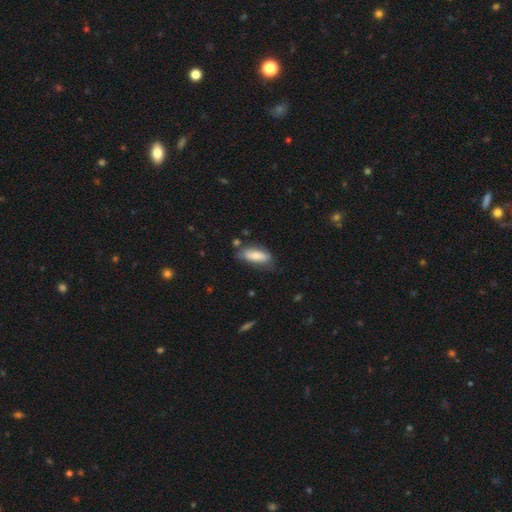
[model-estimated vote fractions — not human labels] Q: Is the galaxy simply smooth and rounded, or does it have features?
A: smooth — 71%.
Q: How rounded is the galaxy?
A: in between — 74%.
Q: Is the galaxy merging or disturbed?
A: none — 61%.